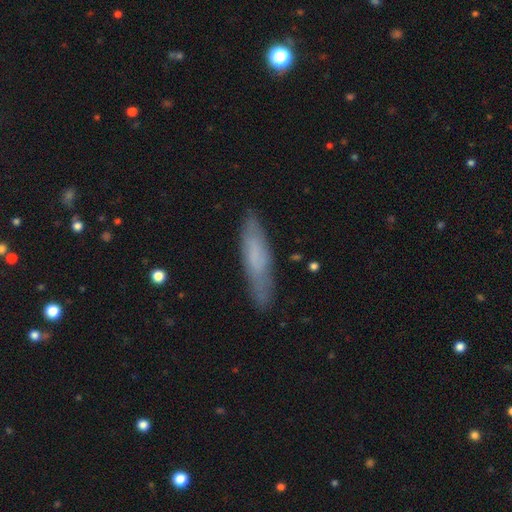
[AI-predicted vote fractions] smooth 60%, featured or disk 33%, star or artifact 7%. Down the decision tree: how rounded — cigar-shaped (79%); merging — none (80%).